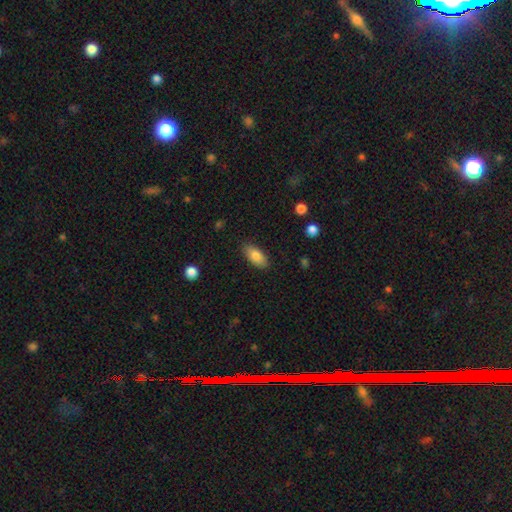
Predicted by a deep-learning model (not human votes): smooth_or_featured: smooth (p=0.83) [alt: featured or disk p=0.10]
how_rounded: in between (p=0.90) [alt: cigar-shaped p=0.07]
merging: none (p=0.85) [alt: minor disturbance p=0.11]